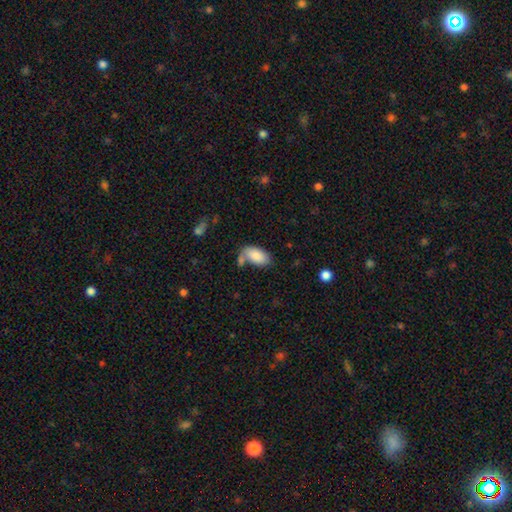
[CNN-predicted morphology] Smooth or featured?
  - smooth: 83% *
  - featured or disk: 10%
  - star or artifact: 7%
How rounded?
  - in between: 95% *
  - round: 3%
  - cigar-shaped: 2%
Merging?
  - none: 50% *
  - merger: 22%
  - minor disturbance: 19%
  - major disturbance: 9%